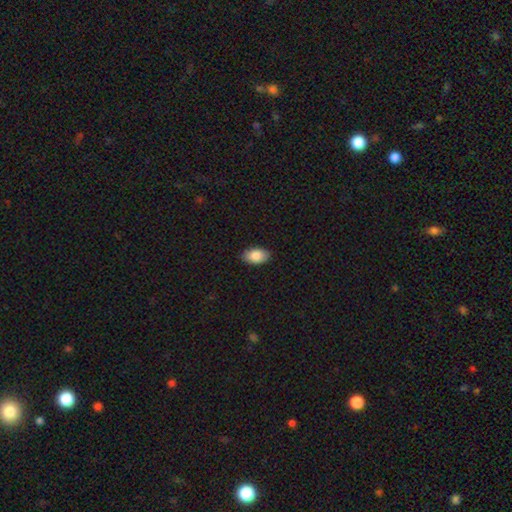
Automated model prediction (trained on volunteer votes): This is clearly a smooth galaxy (86%). How rounded: clearly in between (93%). Merging: clearly none (89%).